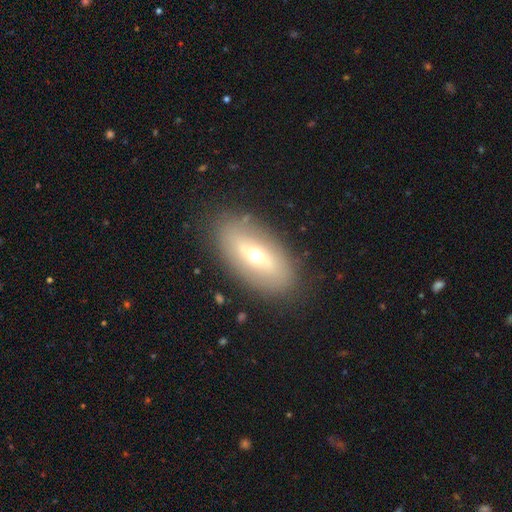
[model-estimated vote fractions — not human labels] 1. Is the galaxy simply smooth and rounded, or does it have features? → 47% featured or disk, 45% smooth, 9% star or artifact.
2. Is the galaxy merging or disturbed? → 85% none, 10% minor disturbance, 4% major disturbance, 2% merger.